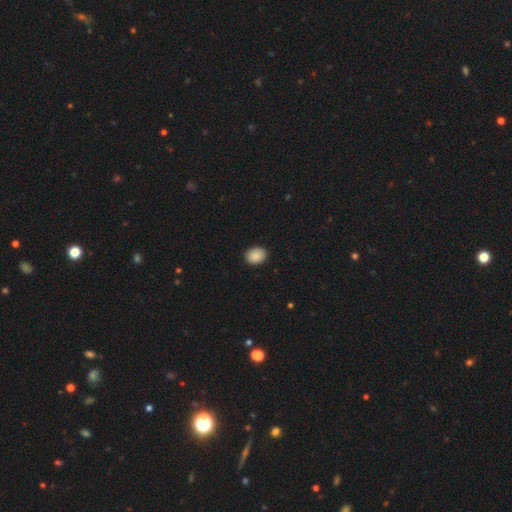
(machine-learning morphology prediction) Smooth or featured? smooth (89%)
How rounded? in between (62%)
Merging? none (90%)